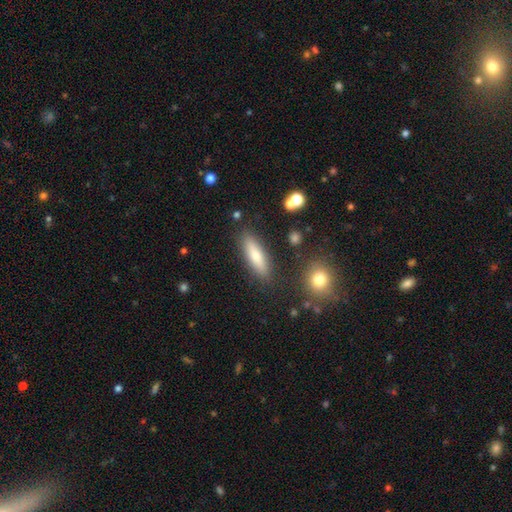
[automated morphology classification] This is likely a smooth galaxy (71%). How rounded: likely cigar-shaped (61%). Merging: clearly none (85%).